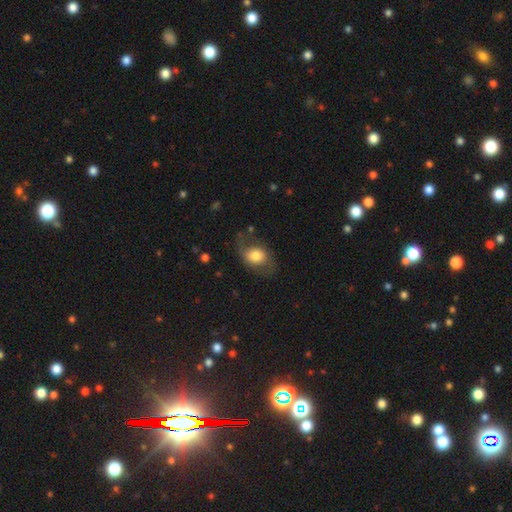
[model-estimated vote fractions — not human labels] Smooth or featured? smooth (57%)
How rounded? in between (56%)
Merging? none (63%)